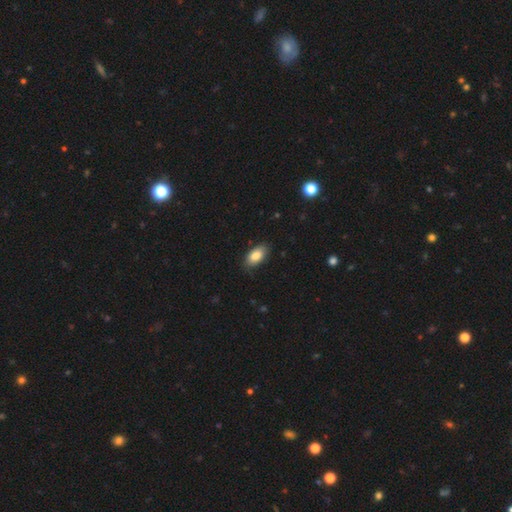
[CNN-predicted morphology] This is clearly a smooth galaxy (84%). How rounded: clearly in between (93%). Merging: clearly none (82%).